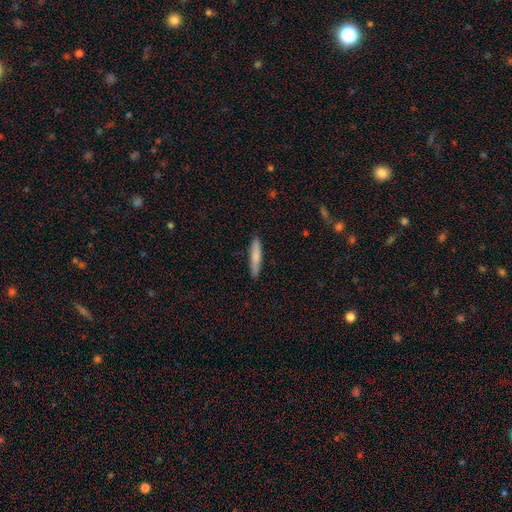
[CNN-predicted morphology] smooth_or_featured: smooth (p=0.77) [alt: featured or disk p=0.17]
how_rounded: cigar-shaped (p=0.90) [alt: in between p=0.09]
merging: none (p=0.89) [alt: minor disturbance p=0.09]